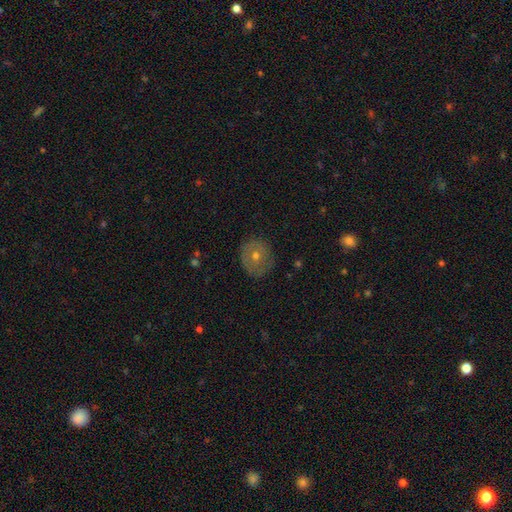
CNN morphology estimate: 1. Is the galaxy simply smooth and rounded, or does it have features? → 51% smooth, 38% featured or disk, 11% star or artifact.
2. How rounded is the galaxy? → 84% round, 15% in between, 1% cigar-shaped.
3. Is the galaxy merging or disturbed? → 83% none, 13% minor disturbance, 3% major disturbance, 1% merger.